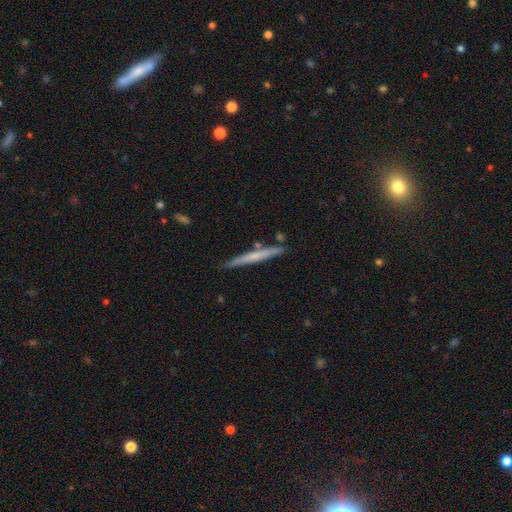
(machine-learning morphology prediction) Smooth or featured?
  - smooth: 51% *
  - featured or disk: 43%
  - star or artifact: 6%
How rounded?
  - cigar-shaped: 96% *
  - in between: 2%
  - round: 1%
Merging?
  - none: 84% *
  - minor disturbance: 10%
  - merger: 4%
  - major disturbance: 2%